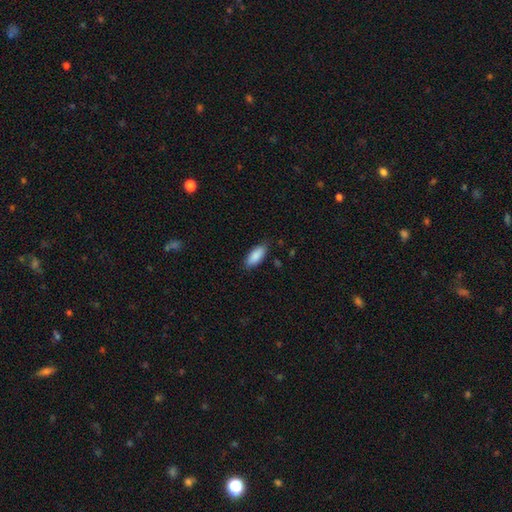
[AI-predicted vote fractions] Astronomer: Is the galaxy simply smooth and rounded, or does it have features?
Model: smooth — 88%.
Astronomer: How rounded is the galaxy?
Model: in between — 82%.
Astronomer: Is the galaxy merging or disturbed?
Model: none — 83%.